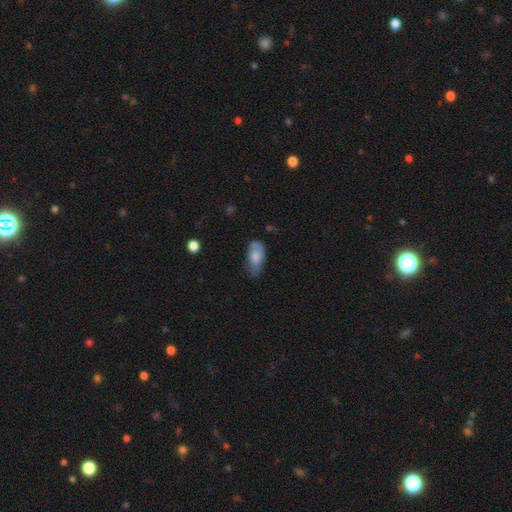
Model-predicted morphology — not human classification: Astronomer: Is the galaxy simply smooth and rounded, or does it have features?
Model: smooth — 74%.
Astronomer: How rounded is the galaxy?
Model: in between — 90%.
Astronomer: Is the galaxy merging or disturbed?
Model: none — 53% (runner-up: minor disturbance, 33%).